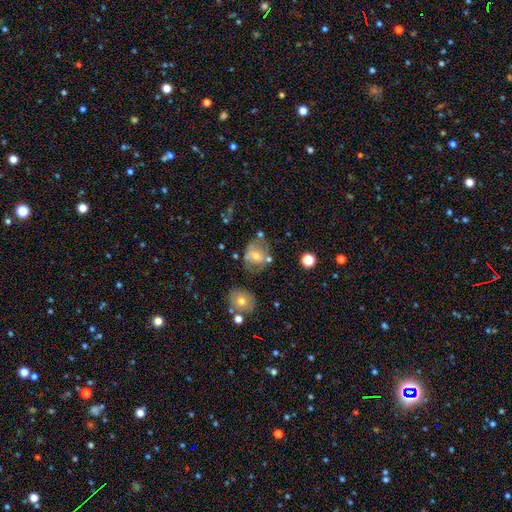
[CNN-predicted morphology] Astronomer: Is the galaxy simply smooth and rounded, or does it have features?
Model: smooth — 51% (runner-up: featured or disk, 37%).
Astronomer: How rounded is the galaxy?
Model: round — 64%.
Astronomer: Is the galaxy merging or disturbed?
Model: none — 51%.